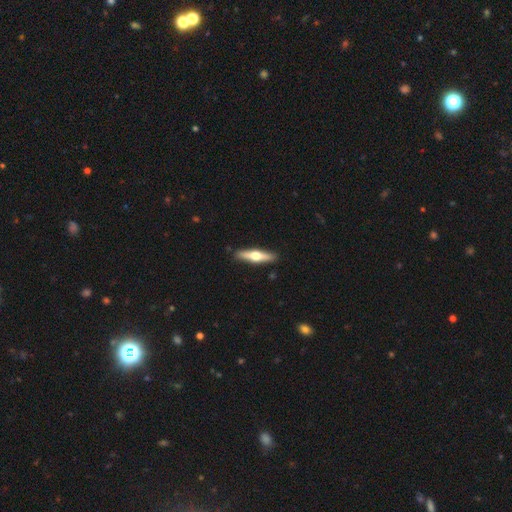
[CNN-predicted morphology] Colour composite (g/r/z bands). It shows a featured or disk galaxy (58%) viewed edge-on (95%) with a rounded central bulge (95%). Merging: none (91%).